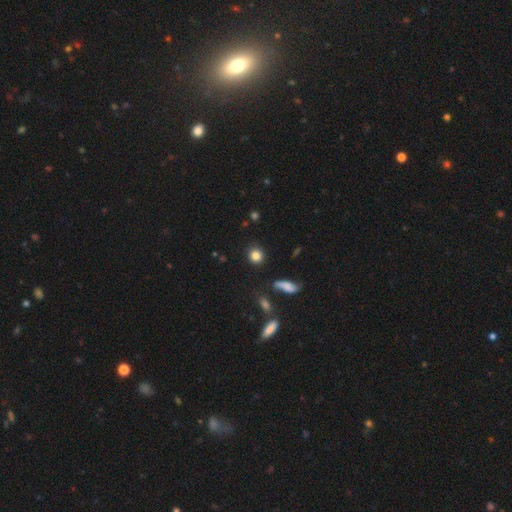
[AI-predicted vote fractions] The model was most divided on "smooth or featured": smooth: 84%, star or artifact: 10%, featured or disk: 6%. More confident: how rounded — round (87%); merging — none (86%).